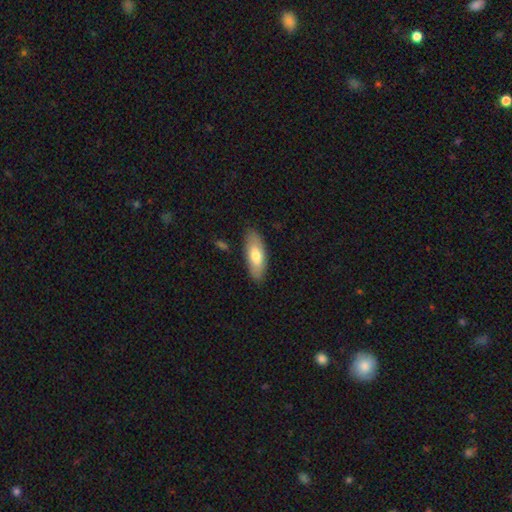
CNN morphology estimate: Smooth or featured: smooth — 73% (featured or disk — 22%)
How rounded: in between — 77% (cigar-shaped — 22%)
Merging: none — 85% (minor disturbance — 11%)